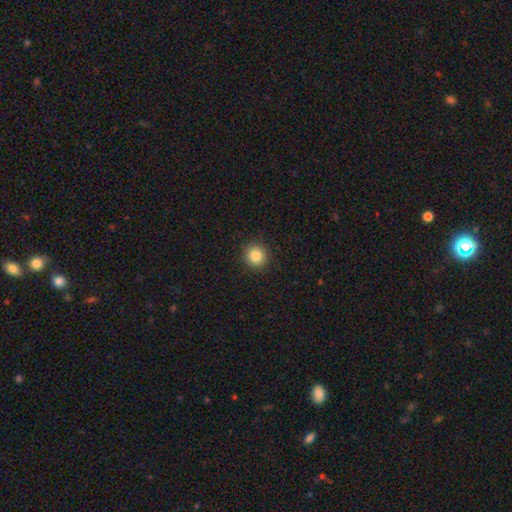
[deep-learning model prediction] Smooth or featured: smooth — 85% (star or artifact — 10%)
How rounded: round — 93% (in between — 6%)
Merging: none — 92% (minor disturbance — 5%)